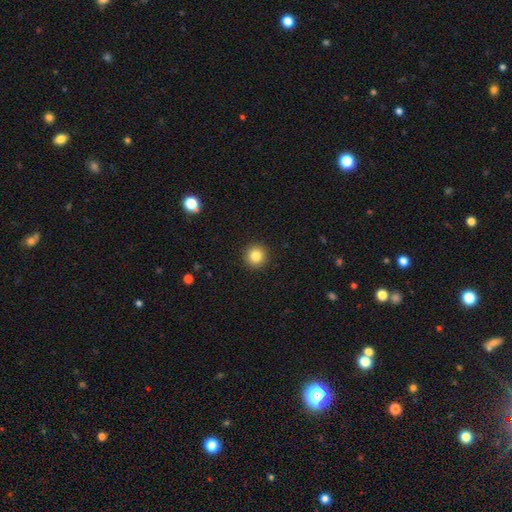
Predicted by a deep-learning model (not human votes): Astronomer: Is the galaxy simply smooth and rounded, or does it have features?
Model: smooth — 84%.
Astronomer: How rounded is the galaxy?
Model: round — 95%.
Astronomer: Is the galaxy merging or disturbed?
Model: none — 92%.